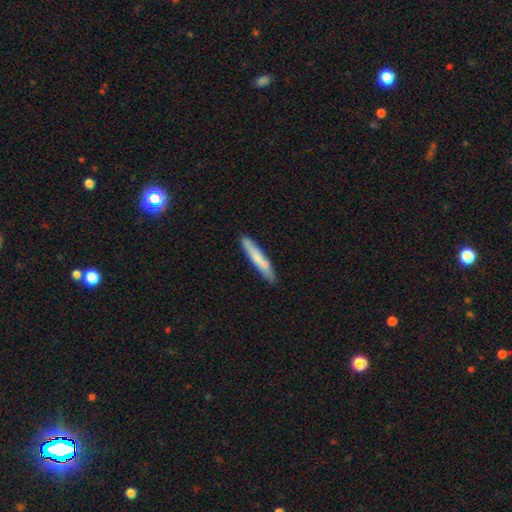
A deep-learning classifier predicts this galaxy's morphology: type=smooth (68%); roundness=cigar-shaped (92%); merging=none (79%).